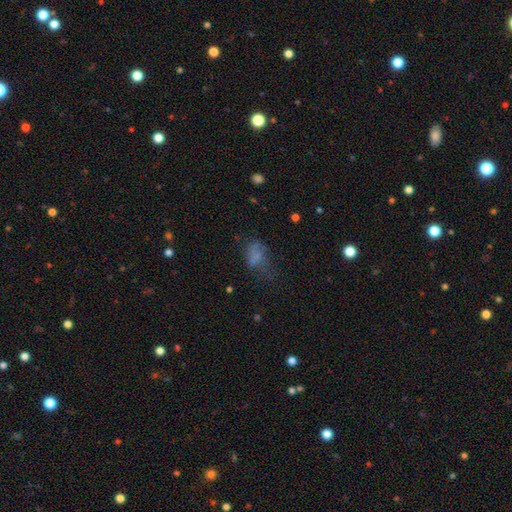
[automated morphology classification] Smooth or featured? Predicted: smooth (p=0.61). How rounded? Predicted: in between (p=0.81). Merging? Predicted: major disturbance (p=0.37).